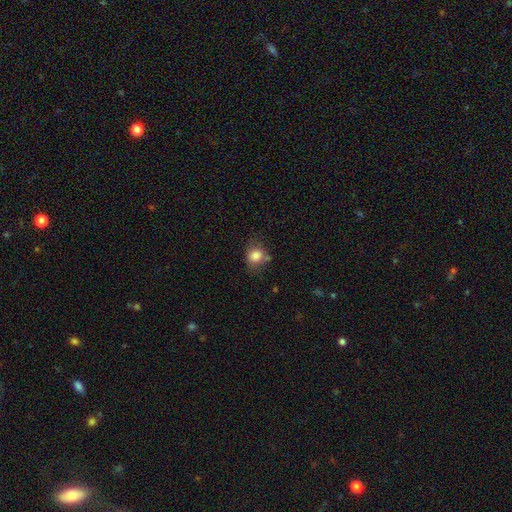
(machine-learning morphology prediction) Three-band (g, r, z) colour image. It shows a smooth galaxy with no disk features (81%) that is round (64%). Merging: none (56%).